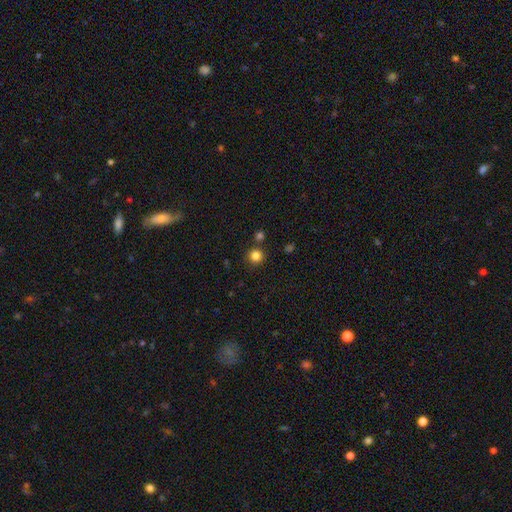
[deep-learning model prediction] A smooth galaxy with no disk features (83%) that is round (94%).

Vote fractions:
- Smooth or featured? smooth: 83% / star or artifact: 13% / featured or disk: 4%
- How rounded? round: 94% / in between: 5% / cigar-shaped: 1%
- Merging? none: 86% / minor disturbance: 6% / merger: 6% / major disturbance: 2%